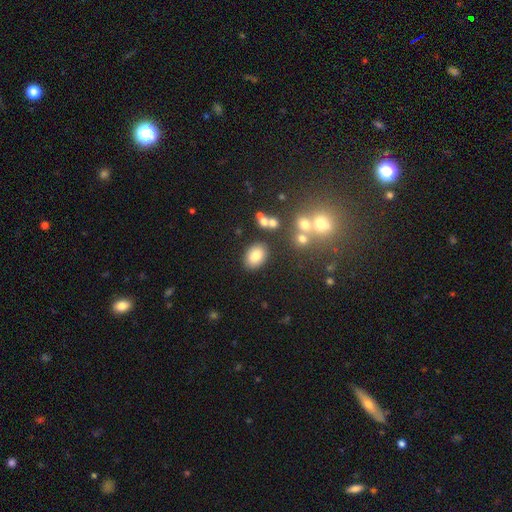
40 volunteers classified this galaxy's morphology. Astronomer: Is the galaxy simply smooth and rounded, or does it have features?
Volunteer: smooth — 78%.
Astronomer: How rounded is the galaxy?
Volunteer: in between — 87%.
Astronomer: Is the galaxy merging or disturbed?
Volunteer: none — 95%.